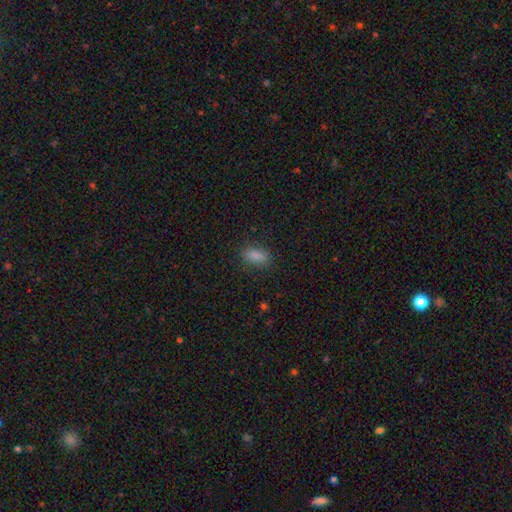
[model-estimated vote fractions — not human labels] Q: Smooth or featured?
A: smooth (86%); runner-up: star or artifact (10%)
Q: How rounded?
A: in between (85%); runner-up: cigar-shaped (10%)
Q: Merging?
A: none (84%); runner-up: minor disturbance (12%)